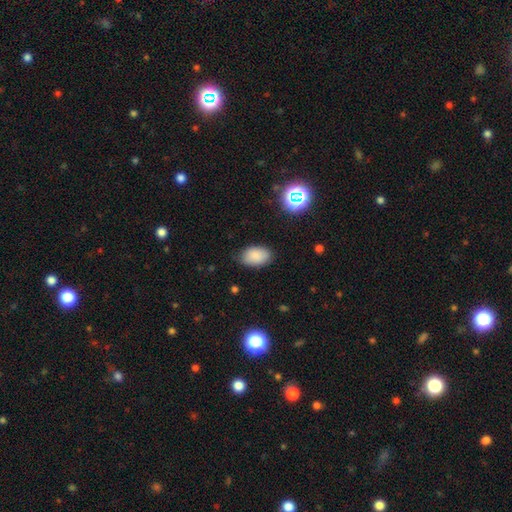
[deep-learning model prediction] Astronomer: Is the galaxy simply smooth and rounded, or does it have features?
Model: smooth — 84%.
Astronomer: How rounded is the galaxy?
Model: in between — 91%.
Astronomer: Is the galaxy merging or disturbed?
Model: none — 79%.